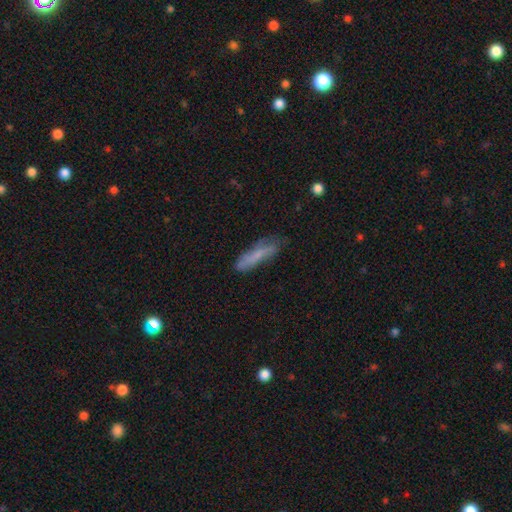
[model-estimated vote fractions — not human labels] Morphology: type=smooth (65%); roundness=cigar-shaped (75%); merging=none (59%).